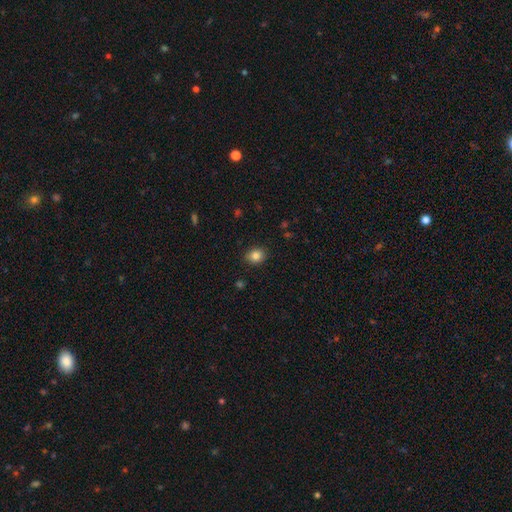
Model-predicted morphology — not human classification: A smooth galaxy with no disk features (85%) that is round (55%).

Vote fractions:
- Smooth or featured? smooth: 85% / star or artifact: 10% / featured or disk: 5%
- How rounded? round: 55% / in between: 44% / cigar-shaped: 1%
- Merging? none: 88% / minor disturbance: 8% / major disturbance: 2% / merger: 1%